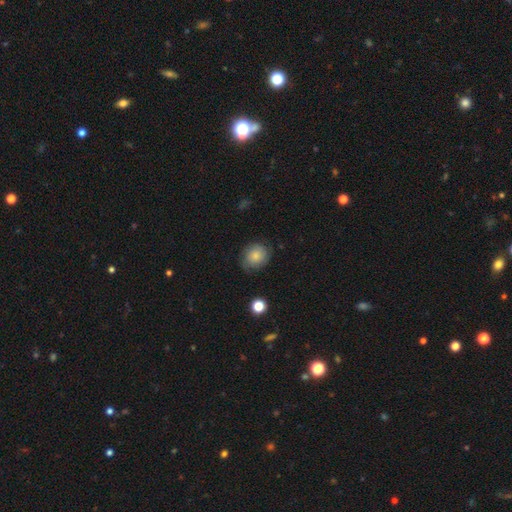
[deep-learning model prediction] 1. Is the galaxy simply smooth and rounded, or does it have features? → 66% smooth, 25% featured or disk, 9% star or artifact.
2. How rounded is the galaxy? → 73% round, 26% in between, 1% cigar-shaped.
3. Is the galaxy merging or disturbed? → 75% none, 19% minor disturbance, 5% major disturbance, 1% merger.